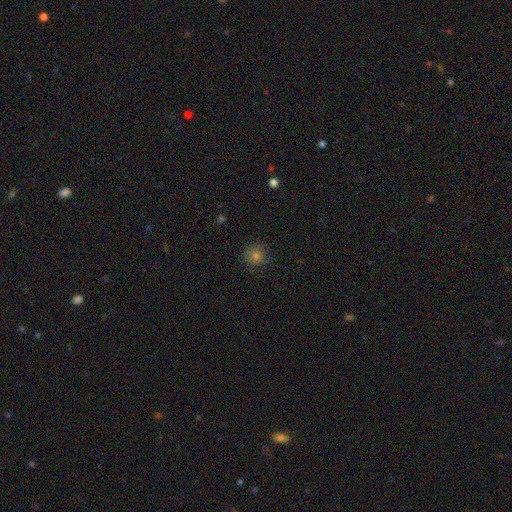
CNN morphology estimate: A smooth galaxy with no disk features (70%) that is round (91%).

Vote fractions:
- Smooth or featured? smooth: 70% / star or artifact: 19% / featured or disk: 12%
- How rounded? round: 91% / in between: 8% / cigar-shaped: 1%
- Merging? none: 82% / minor disturbance: 13% / major disturbance: 4% / merger: 1%